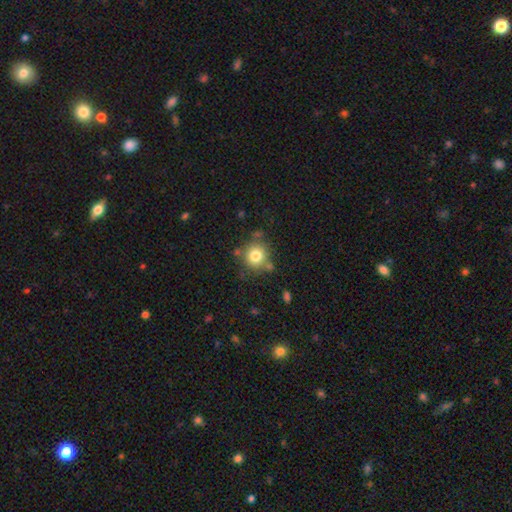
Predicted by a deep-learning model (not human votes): A smooth galaxy with no disk features (78%) that is round (90%). Merging: none (76%).